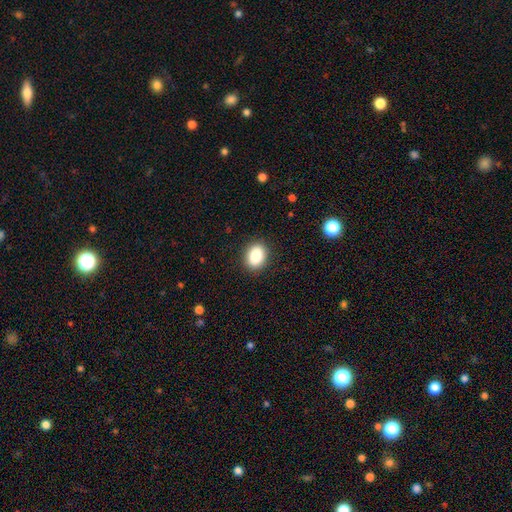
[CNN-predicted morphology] smooth-or-featured: smooth: 87% | star or artifact: 8% | featured or disk: 5%
  how-rounded: in between: 67% | round: 32% | cigar-shaped: 1%
  merging: none: 89% | minor disturbance: 7% | major disturbance: 2% | merger: 1%